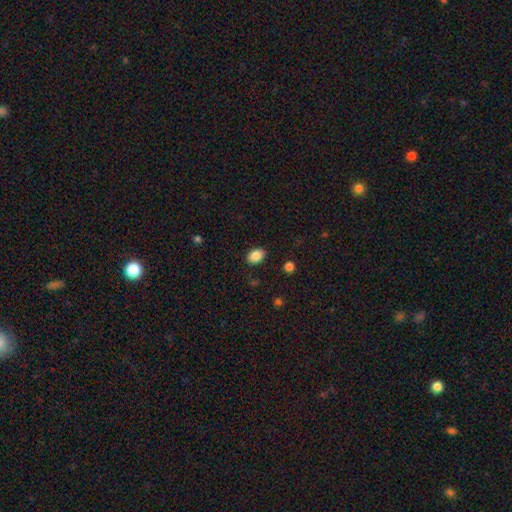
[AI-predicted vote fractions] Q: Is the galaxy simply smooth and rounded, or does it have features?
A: smooth — 87%.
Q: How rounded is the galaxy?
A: in between — 77%.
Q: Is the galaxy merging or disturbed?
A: none — 88%.